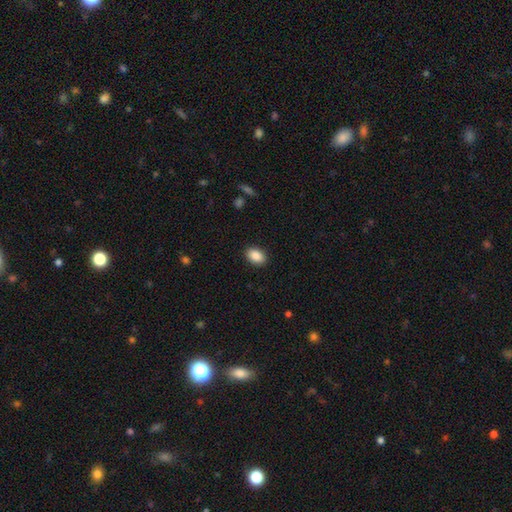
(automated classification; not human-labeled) smooth 89%, star or artifact 8%, featured or disk 3%. Down the decision tree: how rounded — in between (85%); merging — none (90%).